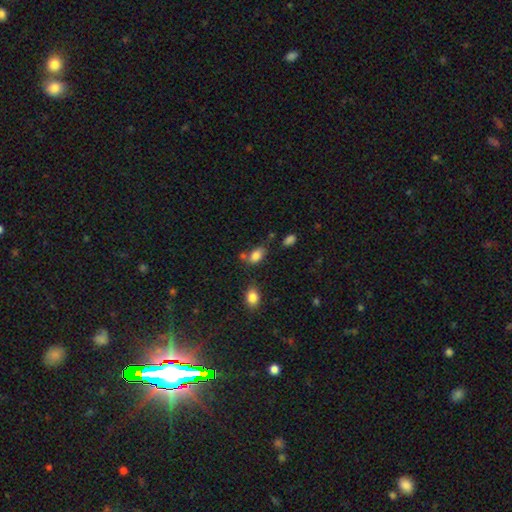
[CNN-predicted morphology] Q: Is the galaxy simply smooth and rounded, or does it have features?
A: smooth — 83%.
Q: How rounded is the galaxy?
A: in between — 89%.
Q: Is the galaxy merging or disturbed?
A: none — 52%.